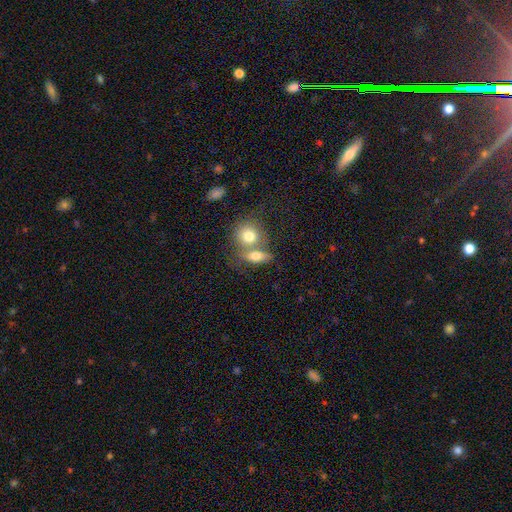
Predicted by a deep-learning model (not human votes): Smooth or featured: smooth — 74% (featured or disk — 18%)
How rounded: in between — 59% (round — 32%)
Merging: merger — 53% (none — 34%)